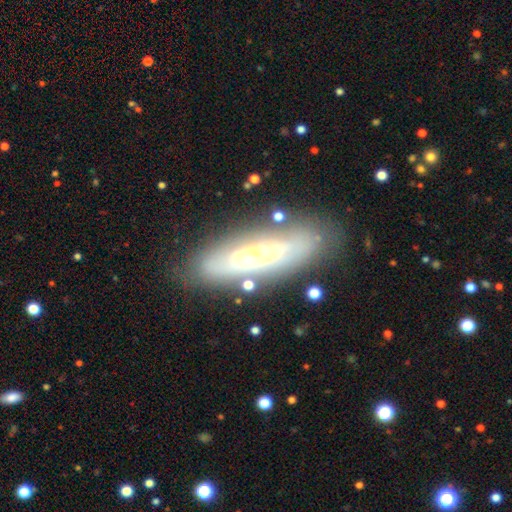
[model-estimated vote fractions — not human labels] smooth-or-featured: featured or disk: 63% | smooth: 29% | star or artifact: 9%
  disk-edge-on: no: 62% | yes: 38%
  merging: none: 78% | minor disturbance: 15% | major disturbance: 5% | merger: 3%